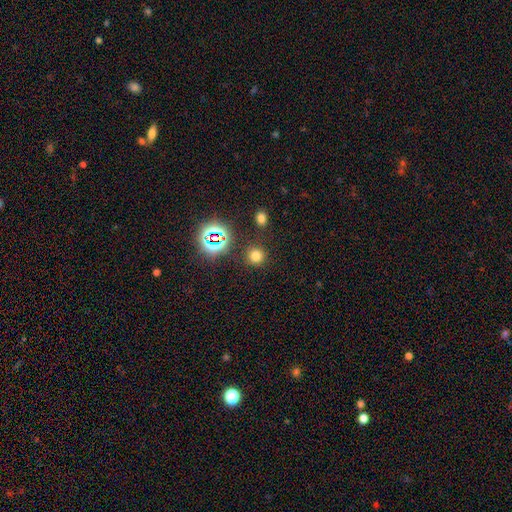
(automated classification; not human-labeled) Smooth or featured? smooth (71%)
How rounded? round (92%)
Merging? none (86%)